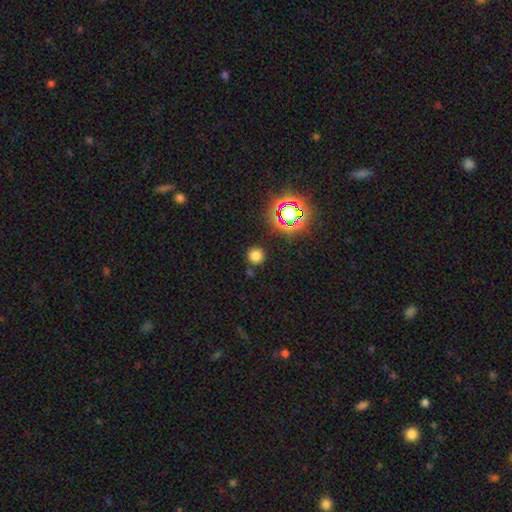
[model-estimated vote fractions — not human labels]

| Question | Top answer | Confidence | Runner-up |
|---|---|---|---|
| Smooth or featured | smooth | 74% | star or artifact (20%) |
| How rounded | round | 94% | in between (5%) |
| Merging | none | 86% | minor disturbance (7%) |